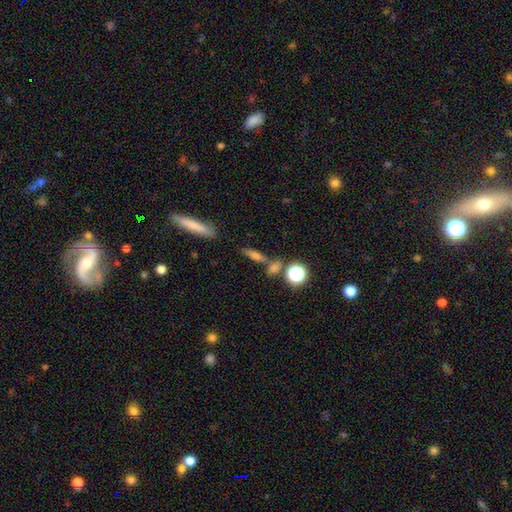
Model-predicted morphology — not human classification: smooth_or_featured: smooth (p=0.58) [alt: featured or disk p=0.23]
how_rounded: cigar-shaped (p=0.62) [alt: in between p=0.27]
merging: none (p=0.65) [alt: merger p=0.18]